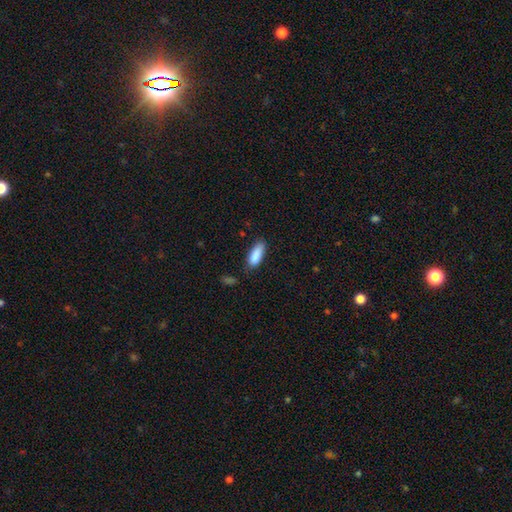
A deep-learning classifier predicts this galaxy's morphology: Smooth or featured?
  - smooth: 88% *
  - star or artifact: 7%
  - featured or disk: 5%
How rounded?
  - in between: 70% *
  - cigar-shaped: 28%
  - round: 2%
Merging?
  - none: 70% *
  - minor disturbance: 22%
  - major disturbance: 5%
  - merger: 3%